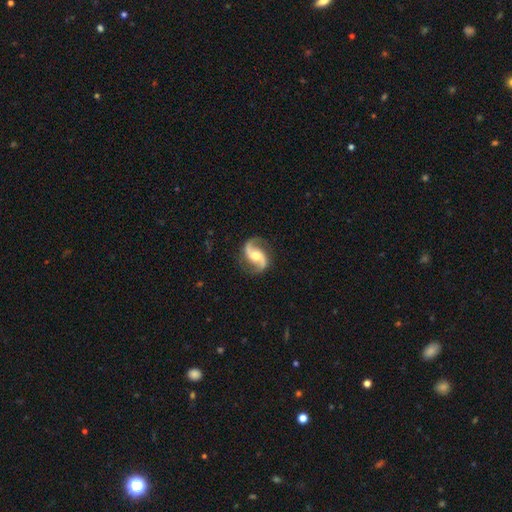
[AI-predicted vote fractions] Q: Smooth or featured?
A: featured or disk (91%); runner-up: smooth (5%)
Q: Edge-on disk?
A: no (98%); runner-up: yes (2%)
Q: Bar?
A: no (46%); runner-up: weak (36%)
Q: Spiral arms?
A: yes (98%); runner-up: no (2%)
Q: Spiral winding?
A: loose (48%); runner-up: medium (43%)
Q: Spiral arm count?
A: 2 (94%); runner-up: 1 (1%)
Q: Bulge size?
A: moderate (65%); runner-up: small (17%)
Q: Merging?
A: none (83%); runner-up: minor disturbance (11%)